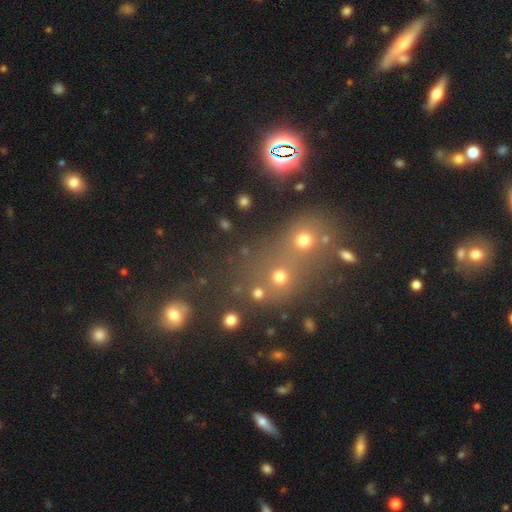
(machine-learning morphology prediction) smooth-or-featured: star or artifact: 47% | smooth: 41% | featured or disk: 12%